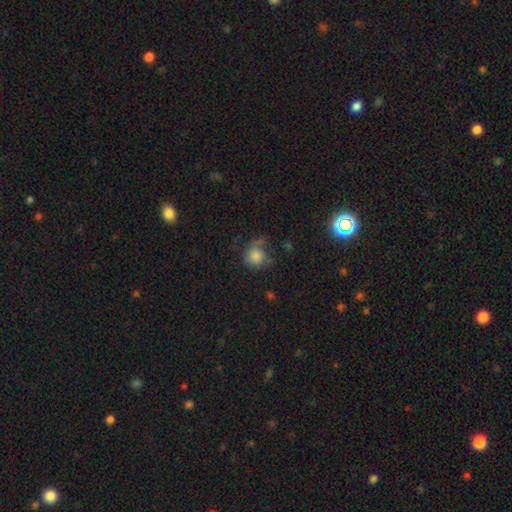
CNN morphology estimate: This is likely a smooth galaxy (78%). How rounded: clearly round (83%). Merging: possibly none (49%).